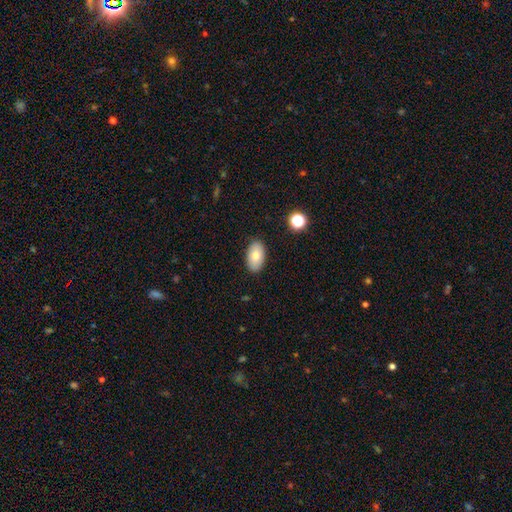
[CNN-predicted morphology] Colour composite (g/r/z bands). It shows a smooth galaxy with no disk features (80%) that is in between round and cigar-shaped (94%). Merging: none (87%).